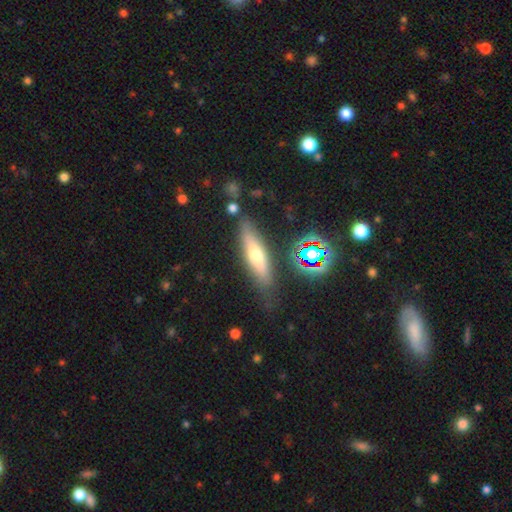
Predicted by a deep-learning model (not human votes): Smooth or featured? Predicted: smooth (p=0.50). Merging? Predicted: none (p=0.76).